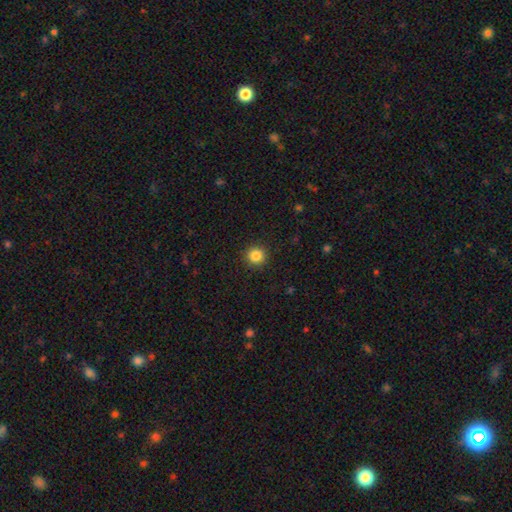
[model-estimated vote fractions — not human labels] Morphology: type=smooth (85%); roundness=round (94%); merging=none (92%).